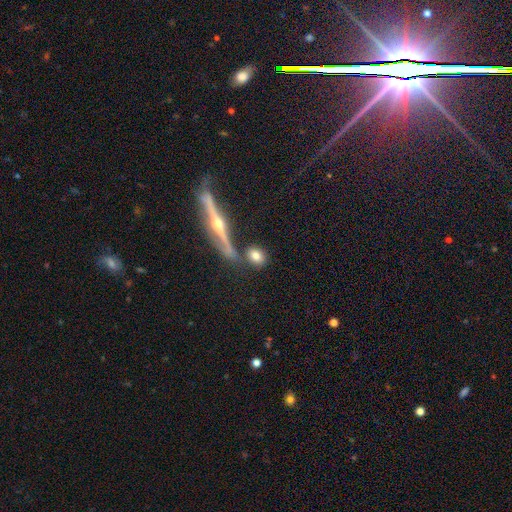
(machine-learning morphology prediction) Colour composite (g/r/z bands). It shows a smooth galaxy with no disk features (71%) that is round (49%). Merging: none (74%).